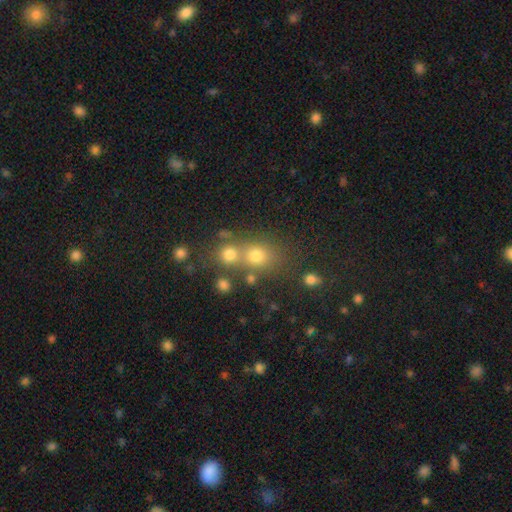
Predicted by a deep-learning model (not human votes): Smooth or featured?
  - smooth: 70% *
  - star or artifact: 19%
  - featured or disk: 11%
How rounded?
  - round: 72% *
  - in between: 26%
  - cigar-shaped: 1%
Merging?
  - none: 50% *
  - merger: 36%
  - minor disturbance: 9%
  - major disturbance: 4%